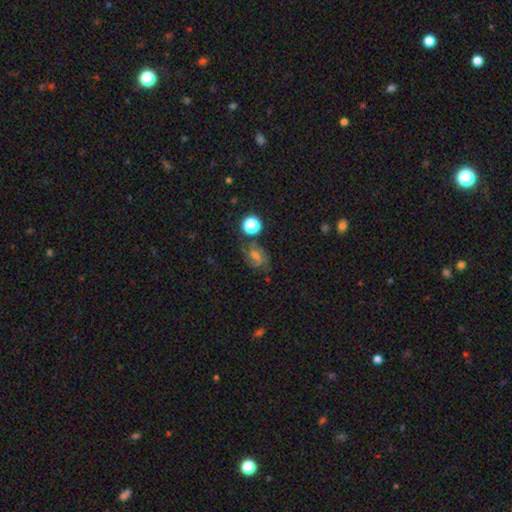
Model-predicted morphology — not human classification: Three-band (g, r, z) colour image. It shows a featured or disk galaxy (54%) with a weak bar (48%), spiral arms (88%) and a small central bulge (44%). Merging: none (73%).